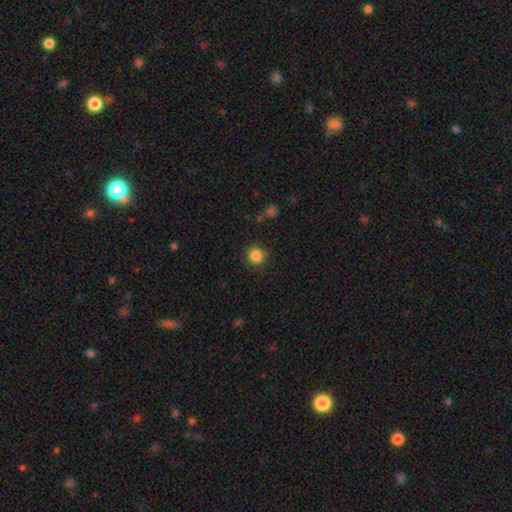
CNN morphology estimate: A smooth galaxy with no disk features (85%) that is round (93%). Merging: none (89%).